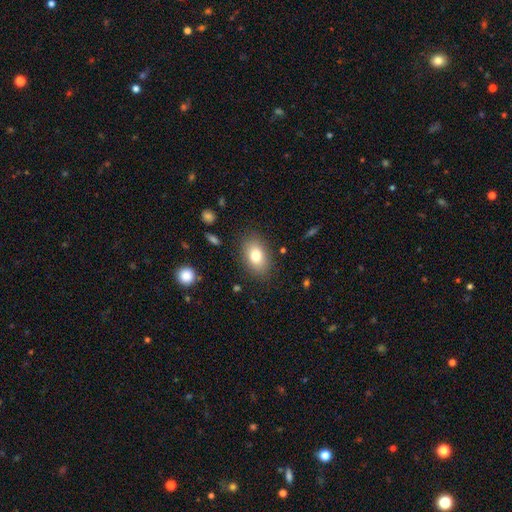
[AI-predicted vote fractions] smooth 79%, featured or disk 13%, star or artifact 8%. Down the decision tree: how rounded — in between (87%); merging — none (84%).